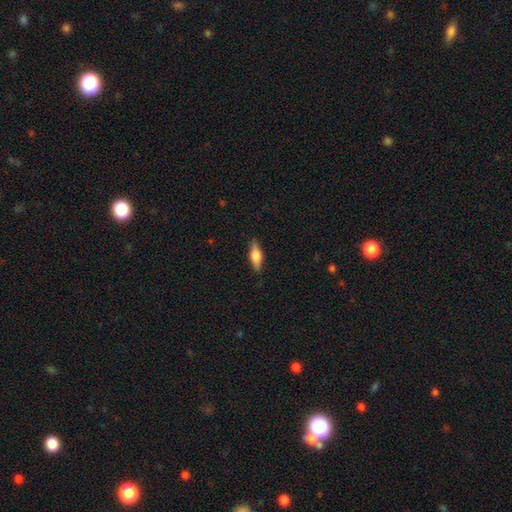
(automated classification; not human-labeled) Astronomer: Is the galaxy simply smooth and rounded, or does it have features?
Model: smooth — 63%.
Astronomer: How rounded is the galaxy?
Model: in between — 57% (runner-up: cigar-shaped, 40%).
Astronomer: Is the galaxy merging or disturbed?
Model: none — 87%.